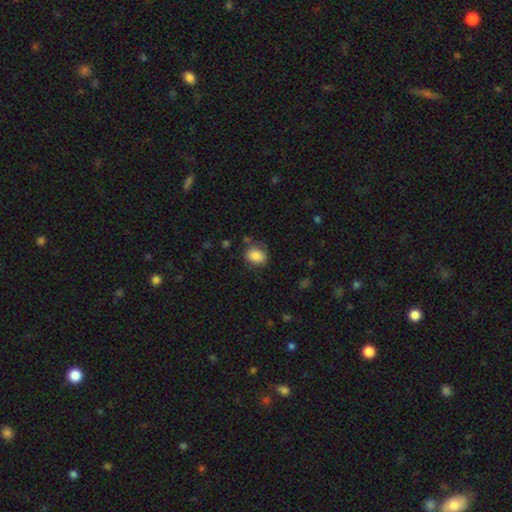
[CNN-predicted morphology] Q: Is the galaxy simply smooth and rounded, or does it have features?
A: smooth — 85%.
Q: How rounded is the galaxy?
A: in between — 54%.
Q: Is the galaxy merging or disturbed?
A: none — 73%.